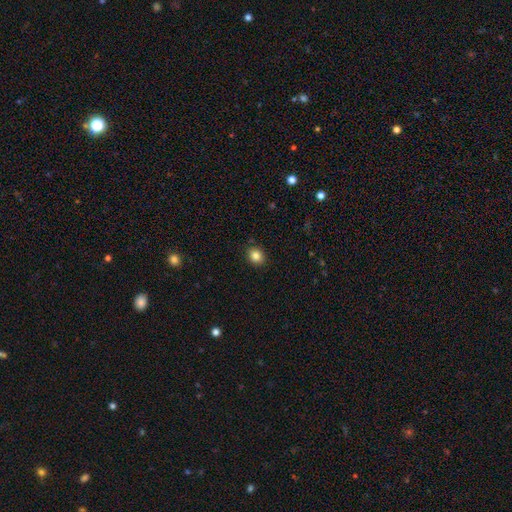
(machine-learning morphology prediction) A smooth galaxy with no disk features (85%) that is round (67%). Merging: none (89%).